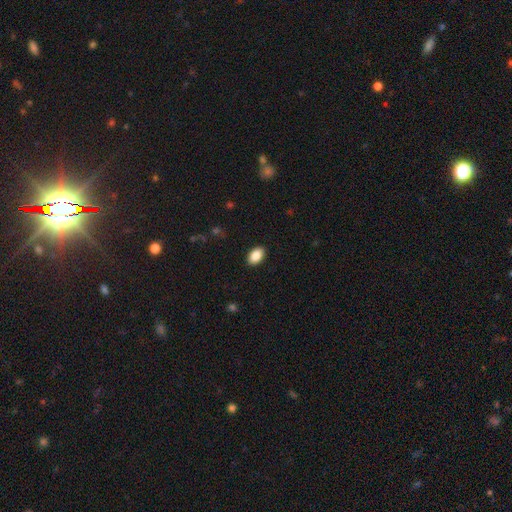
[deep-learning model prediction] Smooth or featured?
  - smooth: 88% *
  - star or artifact: 7%
  - featured or disk: 5%
How rounded?
  - in between: 92% *
  - round: 7%
  - cigar-shaped: 1%
Merging?
  - none: 90% *
  - minor disturbance: 7%
  - major disturbance: 2%
  - merger: 1%